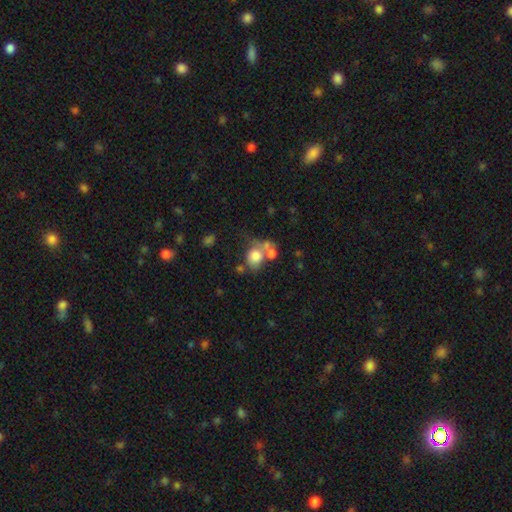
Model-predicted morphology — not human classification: The model was most divided on "merging": merger: 43%, none: 31%, minor disturbance: 14%, major disturbance: 12%. More confident: smooth or featured — smooth (72%); how rounded — round (63%).